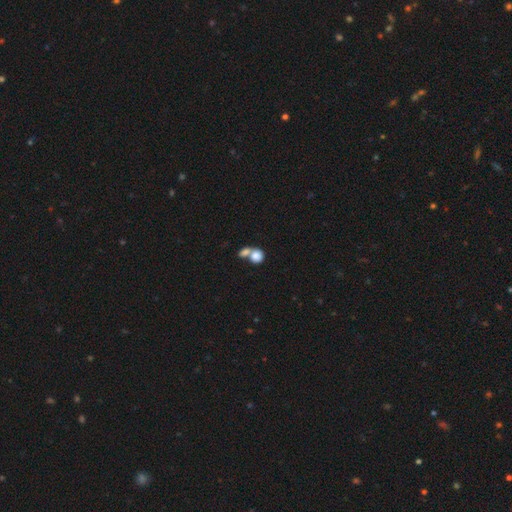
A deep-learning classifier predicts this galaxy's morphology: The model was most divided on "merging": merger: 61%, none: 28%, minor disturbance: 7%, major disturbance: 4%. More confident: smooth or featured — smooth (82%); how rounded — round (71%).